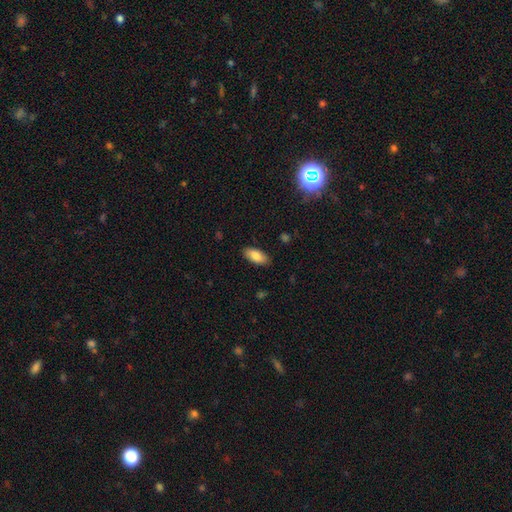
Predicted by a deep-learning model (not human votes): This is clearly a smooth galaxy (84%). How rounded: clearly in between (89%). Merging: clearly none (87%).